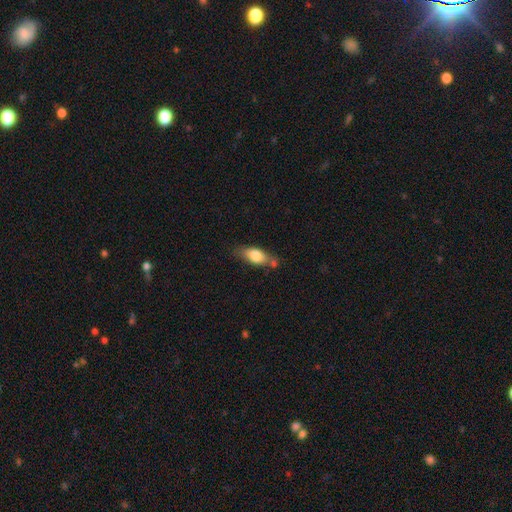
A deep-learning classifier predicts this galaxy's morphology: A smooth galaxy with no disk features (74%) that is in between round and cigar-shaped (78%).

Vote fractions:
- Smooth or featured? smooth: 74% / featured or disk: 19% / star or artifact: 7%
- How rounded? in between: 78% / cigar-shaped: 18% / round: 5%
- Merging? none: 57% / minor disturbance: 22% / merger: 15% / major disturbance: 6%